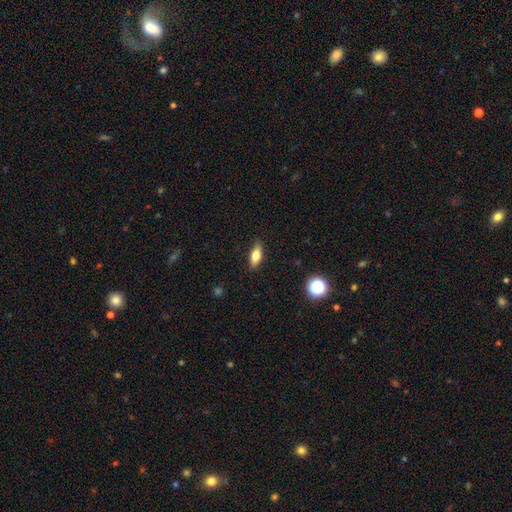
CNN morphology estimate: A smooth galaxy with no disk features (71%) that is in between round and cigar-shaped (72%).

Vote fractions:
- Smooth or featured? smooth: 71% / featured or disk: 20% / star or artifact: 8%
- How rounded? in between: 72% / cigar-shaped: 24% / round: 4%
- Merging? none: 86% / minor disturbance: 11% / major disturbance: 2% / merger: 1%